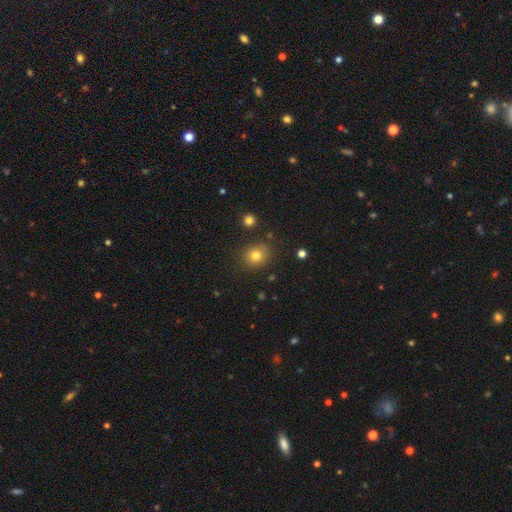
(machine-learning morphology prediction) A smooth galaxy with no disk features (79%) that is round (77%).

Vote fractions:
- Smooth or featured? smooth: 79% / star or artifact: 13% / featured or disk: 8%
- How rounded? round: 77% / in between: 22% / cigar-shaped: 1%
- Merging? none: 83% / minor disturbance: 11% / major disturbance: 3% / merger: 3%